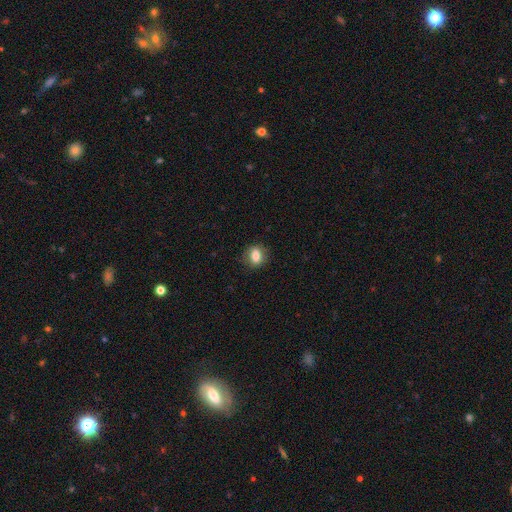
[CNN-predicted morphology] smooth-or-featured: smooth: 81% | featured or disk: 10% | star or artifact: 9%
  how-rounded: in between: 57% | round: 41% | cigar-shaped: 2%
  merging: none: 82% | minor disturbance: 14% | major disturbance: 4% | merger: 1%